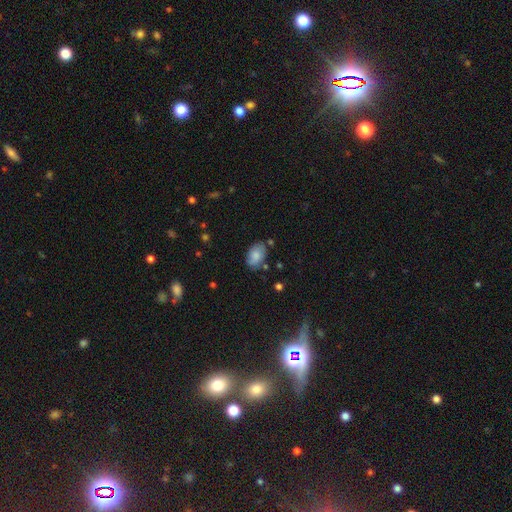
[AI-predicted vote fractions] This is clearly a smooth galaxy (82%). How rounded: clearly in between (90%). Merging: likely none (76%).